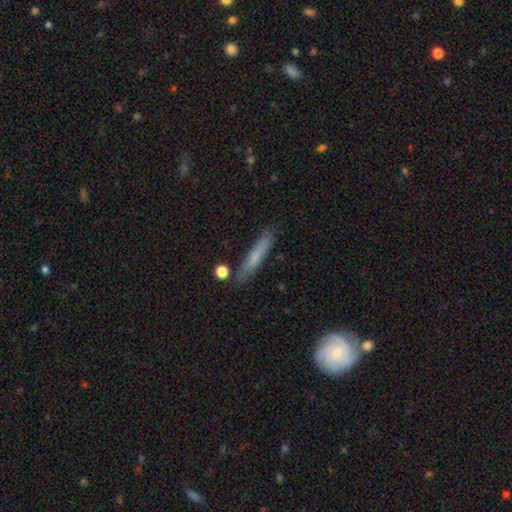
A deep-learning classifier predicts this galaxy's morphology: smooth-or-featured: smooth: 65% | featured or disk: 28% | star or artifact: 7%
  how-rounded: cigar-shaped: 91% | in between: 7% | round: 2%
  merging: none: 82% | minor disturbance: 12% | merger: 3% | major disturbance: 3%